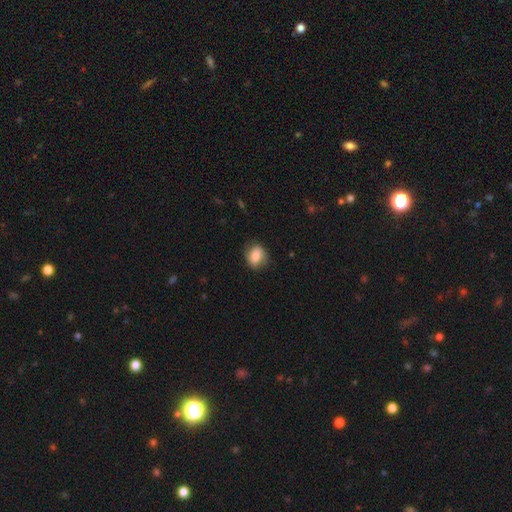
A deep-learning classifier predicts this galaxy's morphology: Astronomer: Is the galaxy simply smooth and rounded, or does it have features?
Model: smooth — 76%.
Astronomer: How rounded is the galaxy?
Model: in between — 61% (runner-up: round, 37%).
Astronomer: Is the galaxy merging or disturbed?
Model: none — 75%.